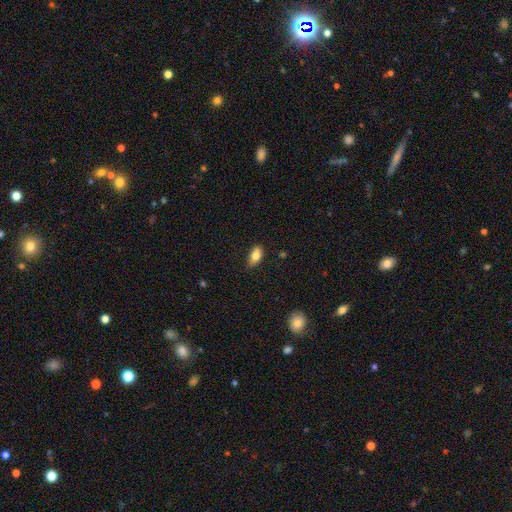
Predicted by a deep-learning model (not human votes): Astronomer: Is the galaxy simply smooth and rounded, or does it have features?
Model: smooth — 78%.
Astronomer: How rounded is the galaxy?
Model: in between — 89%.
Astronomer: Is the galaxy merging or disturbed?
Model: none — 72%.